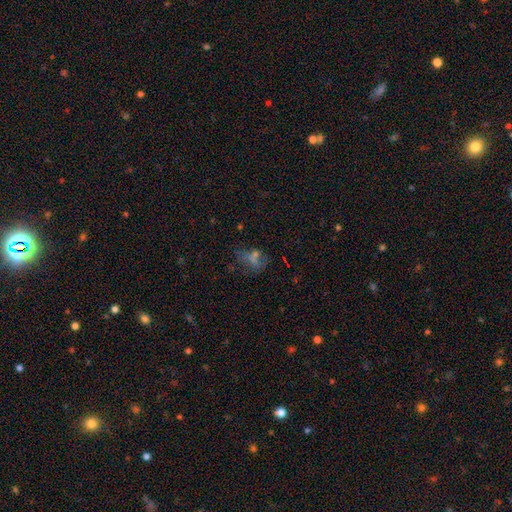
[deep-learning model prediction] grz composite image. It shows a smooth galaxy with no disk features (37%). Merging: none (48%).